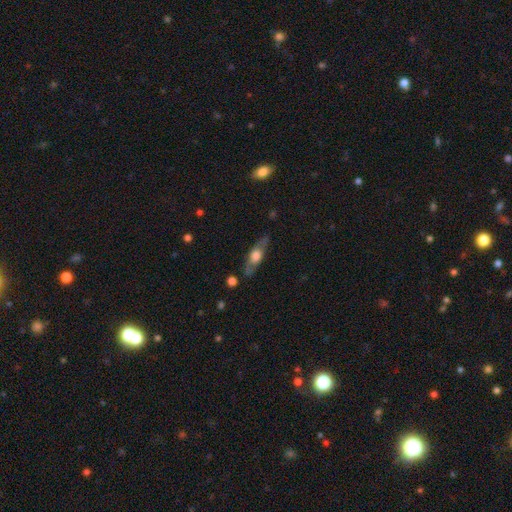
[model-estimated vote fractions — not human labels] Overall: featured or disk (59%; smooth 35%). Edge-on disk: yes (78%). Merging: none (79%).